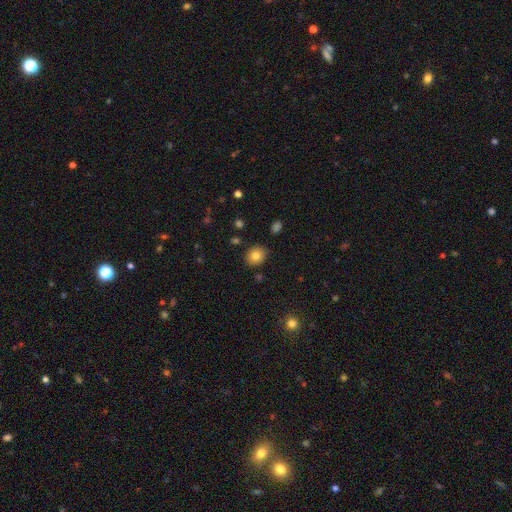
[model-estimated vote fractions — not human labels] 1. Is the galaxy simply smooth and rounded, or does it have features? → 82% smooth, 10% star or artifact, 8% featured or disk.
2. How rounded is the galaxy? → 69% round, 30% in between, 1% cigar-shaped.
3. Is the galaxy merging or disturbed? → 84% none, 11% minor disturbance, 2% major disturbance, 2% merger.